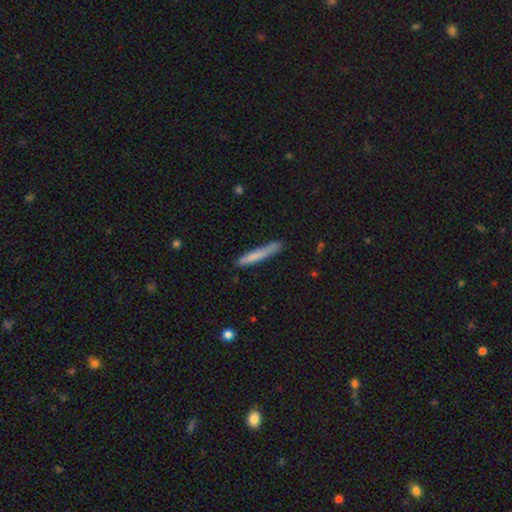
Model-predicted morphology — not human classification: A smooth galaxy with no disk features (74%) that is cigar-shaped (96%). Merging: none (79%).